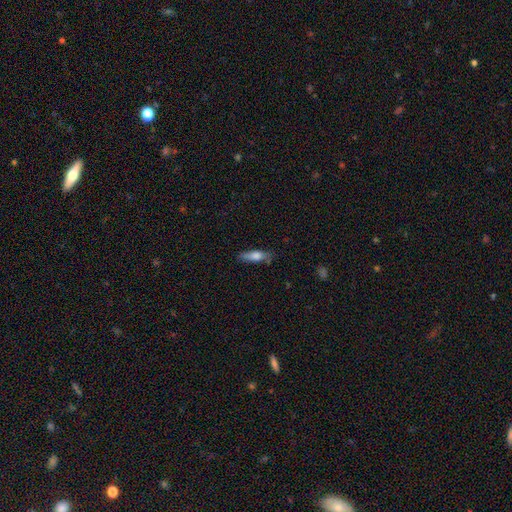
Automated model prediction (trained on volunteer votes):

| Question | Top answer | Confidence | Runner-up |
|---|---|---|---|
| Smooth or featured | smooth | 66% | featured or disk (27%) |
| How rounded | cigar-shaped | 57% | in between (40%) |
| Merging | none | 75% | minor disturbance (19%) |